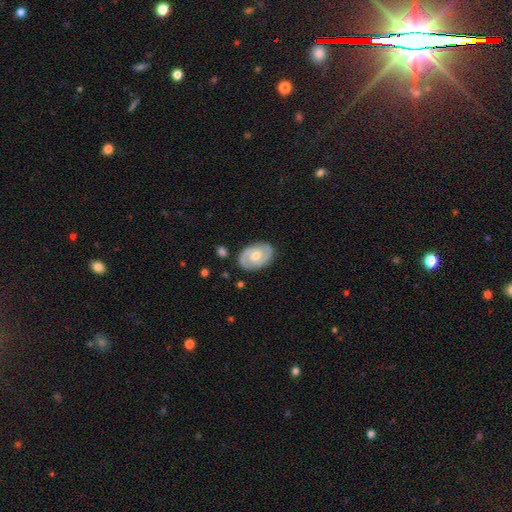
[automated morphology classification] This is likely a featured or disk galaxy (79%). It is clearly not viewed edge-on (96%). Bar: possibly no (45%). Spiral arm pattern: clearly yes (87%). Spiral arm count: clearly 2 (86%). Spiral winding: possibly tight (47%). Central bulge: likely moderate (73%). Merging: clearly none (83%).